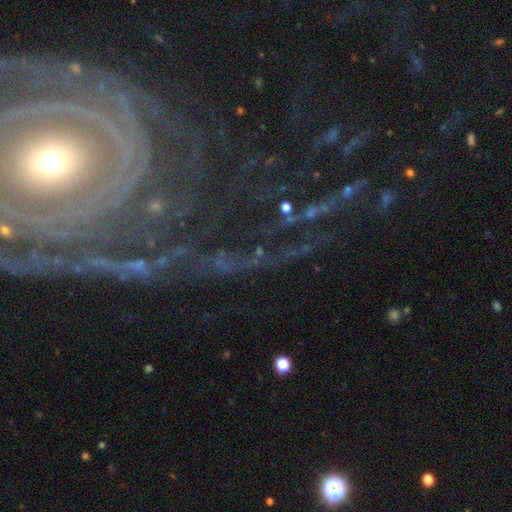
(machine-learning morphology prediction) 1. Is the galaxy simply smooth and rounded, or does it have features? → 77% featured or disk, 14% star or artifact, 9% smooth.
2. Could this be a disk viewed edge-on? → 93% no, 7% yes.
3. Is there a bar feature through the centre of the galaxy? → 68% no, 17% weak, 15% strong.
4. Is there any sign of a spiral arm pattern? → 88% yes, 12% no.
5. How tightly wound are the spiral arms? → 74% tight, 18% medium, 8% loose.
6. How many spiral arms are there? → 29% can't tell, 21% 2, 15% 3, 13% more than 4, 12% 4, 11% 1.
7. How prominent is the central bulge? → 45% small (tied), 45% moderate (tied), 6% large, 2% dominant, 2% none.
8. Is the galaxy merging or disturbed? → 68% none, 16% major disturbance, 13% minor disturbance, 3% merger.